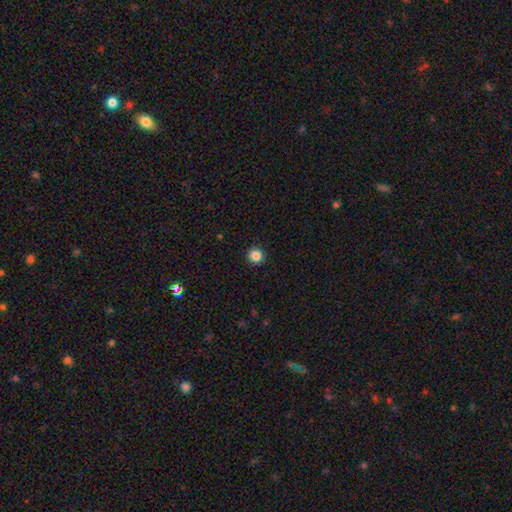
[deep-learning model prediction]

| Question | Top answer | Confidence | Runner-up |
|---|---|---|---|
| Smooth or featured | smooth | 86% | star or artifact (11%) |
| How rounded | round | 95% | in between (4%) |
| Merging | none | 93% | minor disturbance (4%) |